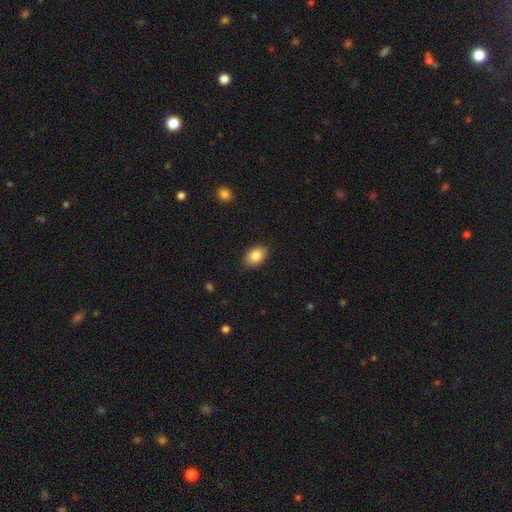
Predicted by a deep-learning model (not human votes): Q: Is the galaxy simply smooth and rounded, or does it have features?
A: smooth — 85%.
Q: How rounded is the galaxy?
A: in between — 86%.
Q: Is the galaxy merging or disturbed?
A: none — 87%.